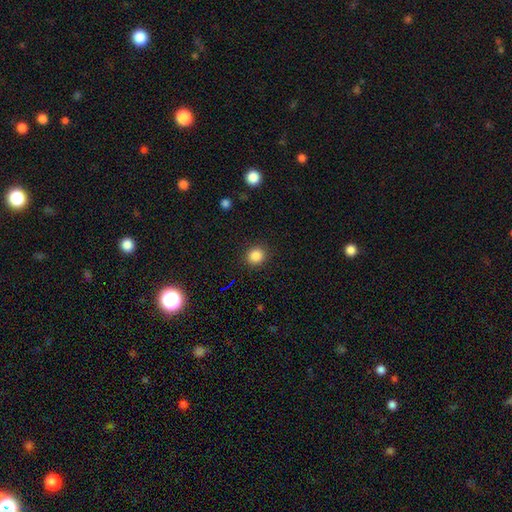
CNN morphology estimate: Overall: smooth (85%). How rounded: round (87%). Merging: none (90%).